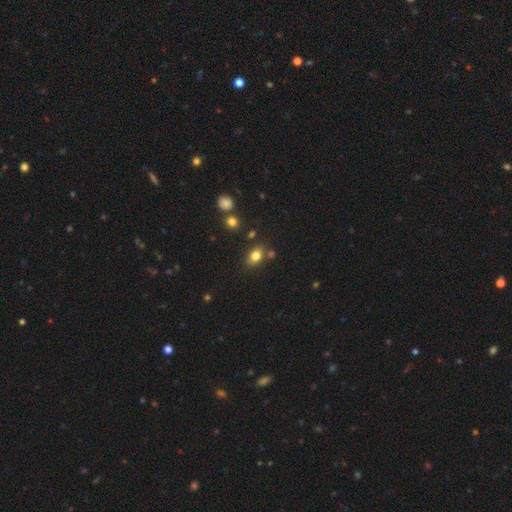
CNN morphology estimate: The model was most divided on "how rounded": in between: 74%, round: 24%, cigar-shaped: 2%. More confident: smooth or featured — smooth (79%); merging — none (73%).